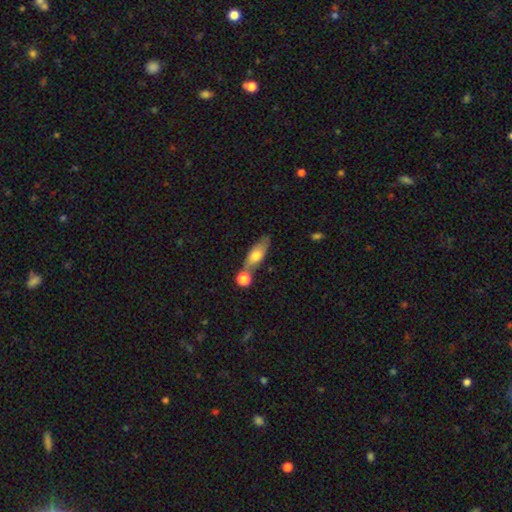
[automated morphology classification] A smooth galaxy with no disk features (62%) that is in between round and cigar-shaped (62%). Merging: none (51%).